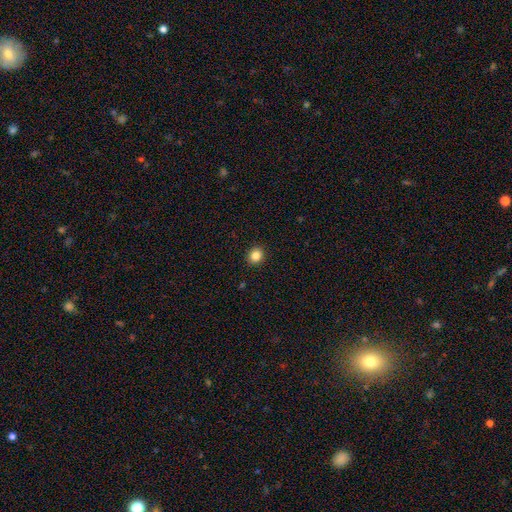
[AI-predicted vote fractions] Smooth or featured? Predicted: smooth (p=0.84). How rounded? Predicted: round (p=0.78). Merging? Predicted: none (p=0.92).